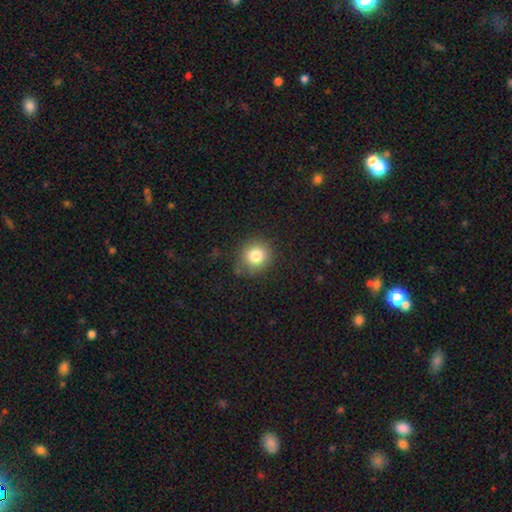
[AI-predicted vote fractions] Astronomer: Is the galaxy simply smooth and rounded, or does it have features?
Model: smooth — 82%.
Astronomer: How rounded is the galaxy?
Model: round — 88%.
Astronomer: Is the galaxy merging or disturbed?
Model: none — 84%.